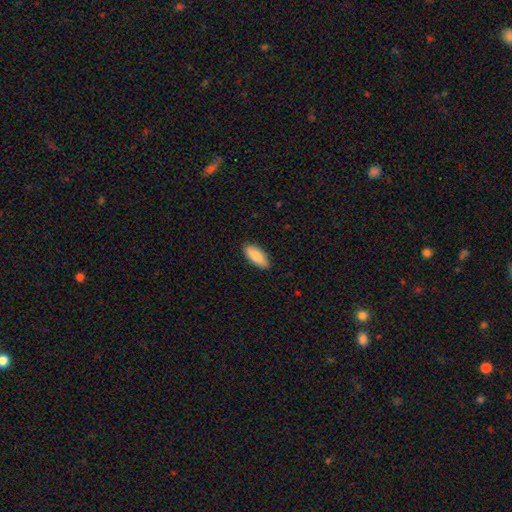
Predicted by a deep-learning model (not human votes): This appears to be a smooth galaxy with no disk features (83%) that is in between round and cigar-shaped (84%). Merging: none (88%).